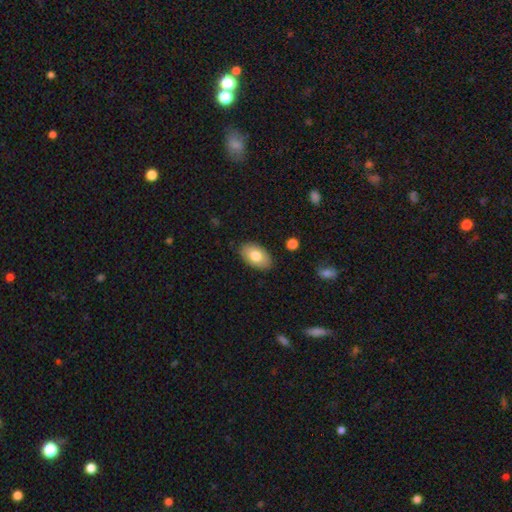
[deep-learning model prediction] Morphology: type=smooth (78%); roundness=in between (93%); merging=none (87%).